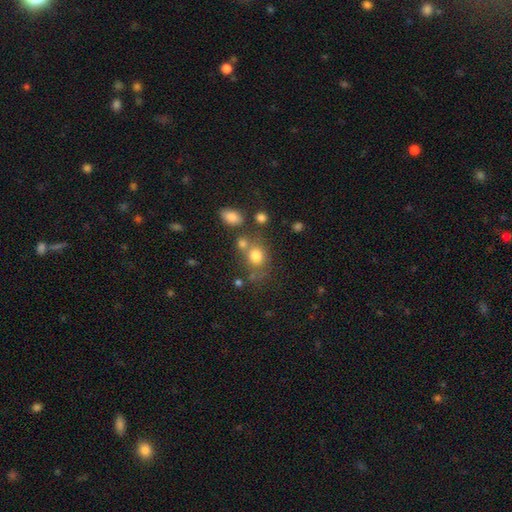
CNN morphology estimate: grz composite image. It shows a smooth galaxy with no disk features (77%) that is round (72%). Merging: none (57%).